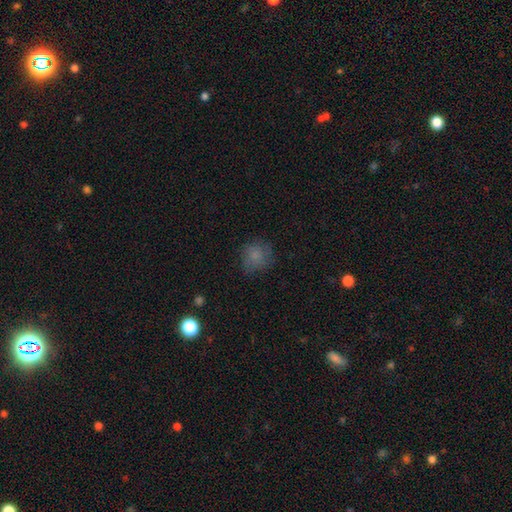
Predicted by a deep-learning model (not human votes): A smooth galaxy with no disk features (78%) that is round (85%). Merging: none (72%).